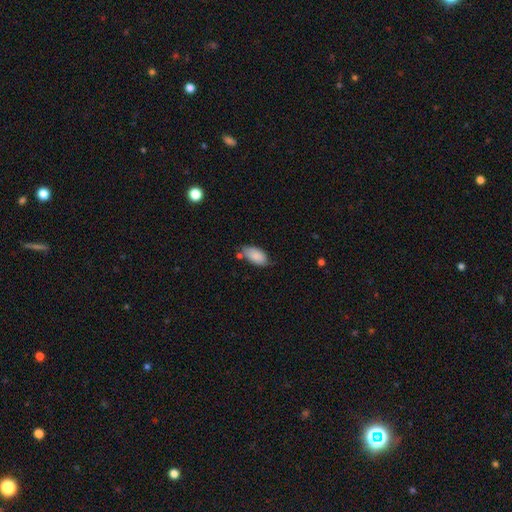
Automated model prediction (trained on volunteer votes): Smooth or featured? smooth (87%)
How rounded? in between (94%)
Merging? none (65%)